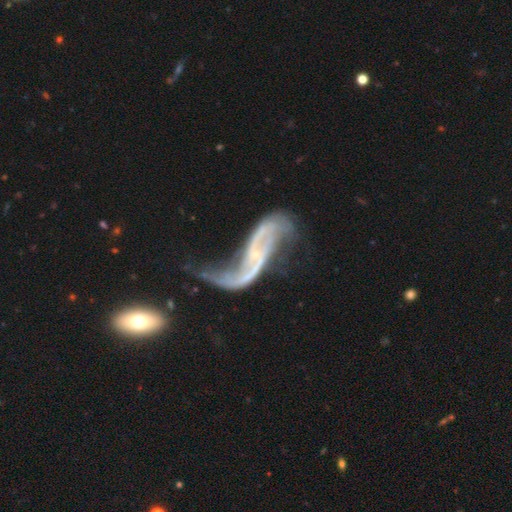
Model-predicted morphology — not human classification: featured or disk 88%, star or artifact 6%, smooth 6%. Down the decision tree: edge-on disk — no (93%); bar — no (42%); spiral arms — yes (90%); spiral arm count — 2 (88%); spiral winding — loose (88%); bulge size — small (69%); merging — none (34%).